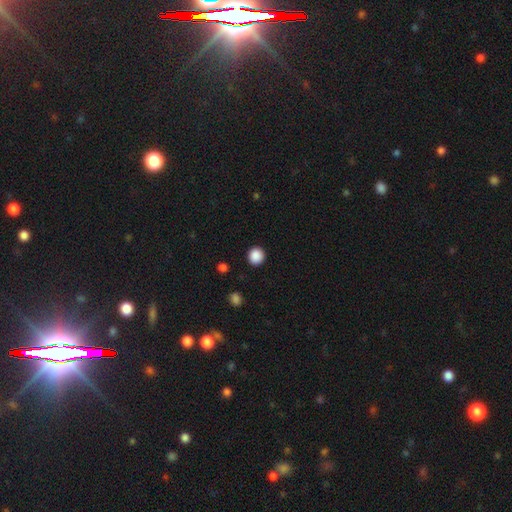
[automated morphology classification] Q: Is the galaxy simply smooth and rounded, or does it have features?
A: smooth — 88%.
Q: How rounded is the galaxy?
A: round — 92%.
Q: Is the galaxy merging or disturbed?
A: none — 92%.